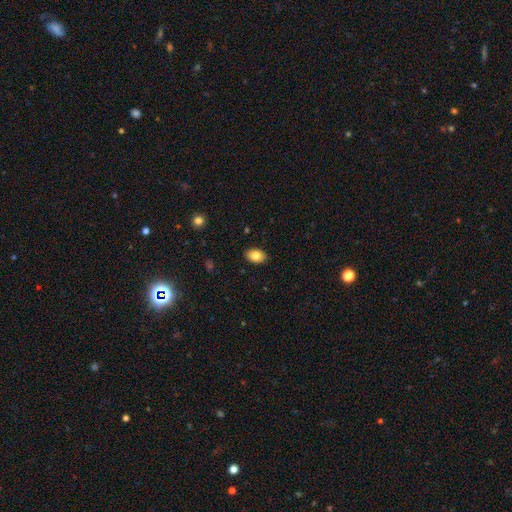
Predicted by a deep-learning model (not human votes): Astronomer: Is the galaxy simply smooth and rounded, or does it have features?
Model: smooth — 82%.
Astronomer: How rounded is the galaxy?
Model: in between — 86%.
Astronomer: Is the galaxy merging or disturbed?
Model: none — 89%.